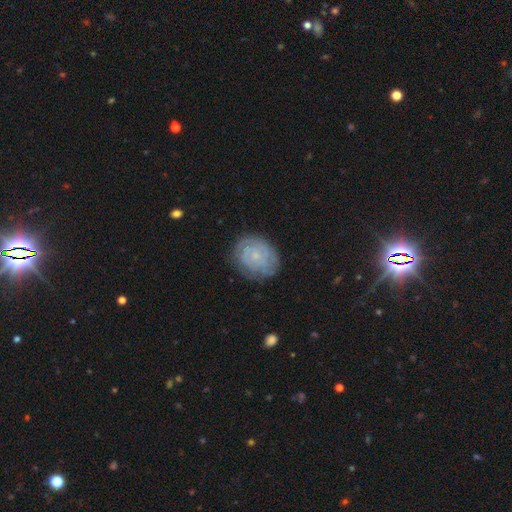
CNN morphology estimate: Smooth or featured?
  - featured or disk: 75% *
  - smooth: 18%
  - star or artifact: 7%
Edge-on disk?
  - no: 98% *
  - yes: 2%
Bar?
  - no: 77% *
  - weak: 20%
  - strong: 3%
Spiral arms?
  - yes: 93% *
  - no: 7%
Spiral winding?
  - tight: 77% *
  - medium: 18%
  - loose: 5%
Spiral arm count?
  - can't tell: 35% *
  - 2: 31%
  - 3: 16%
  - 4: 7%
  - 1: 6%
  - more than 4: 5%
Bulge size?
  - small: 79% *
  - moderate: 12%
  - none: 7%
  - large: 1%
  - dominant: 1%
Merging?
  - none: 78% *
  - minor disturbance: 16%
  - major disturbance: 5%
  - merger: 1%